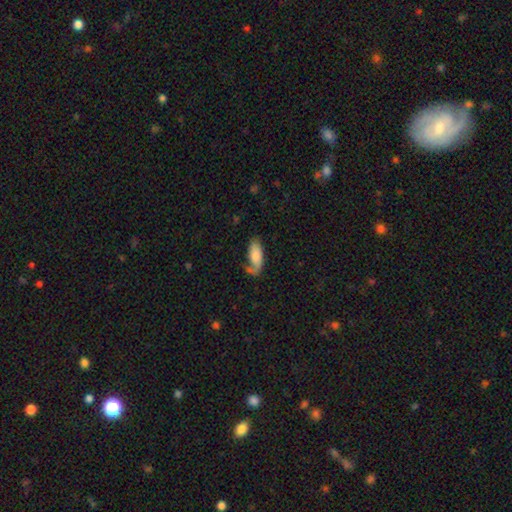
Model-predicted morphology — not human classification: type=smooth (69%); roundness=in between (84%); merging=none (45%).